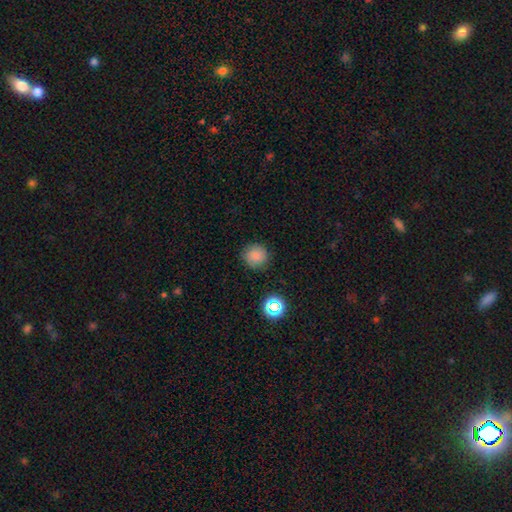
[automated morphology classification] Smooth or featured?
  - smooth: 81% *
  - star or artifact: 14%
  - featured or disk: 6%
How rounded?
  - round: 93% *
  - in between: 6%
  - cigar-shaped: 1%
Merging?
  - none: 87% *
  - minor disturbance: 8%
  - major disturbance: 3%
  - merger: 2%